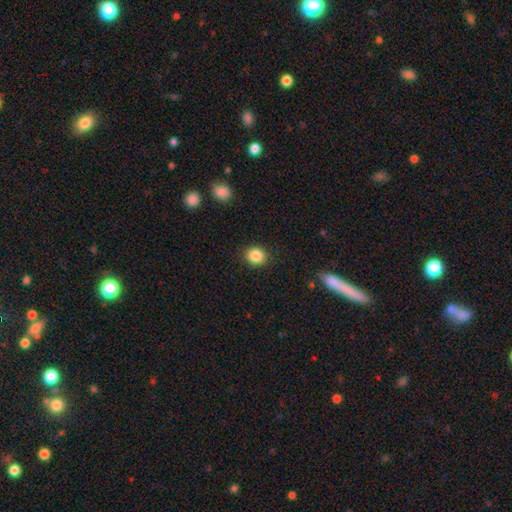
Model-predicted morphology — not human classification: Smooth or featured?
  - smooth: 85% *
  - star or artifact: 10%
  - featured or disk: 4%
How rounded?
  - round: 81% *
  - in between: 18%
  - cigar-shaped: 1%
Merging?
  - none: 89% *
  - minor disturbance: 7%
  - major disturbance: 2%
  - merger: 1%